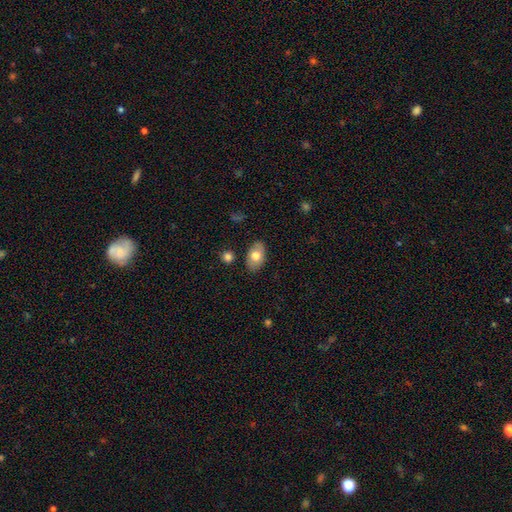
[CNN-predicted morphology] Q: Smooth or featured?
A: smooth (72%); runner-up: featured or disk (21%)
Q: How rounded?
A: in between (90%); runner-up: round (9%)
Q: Merging?
A: none (84%); runner-up: minor disturbance (12%)